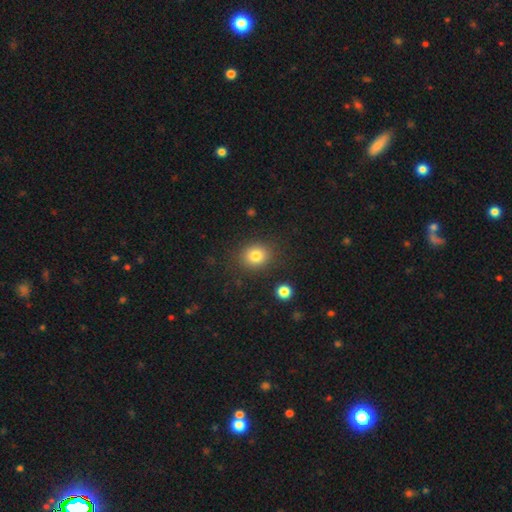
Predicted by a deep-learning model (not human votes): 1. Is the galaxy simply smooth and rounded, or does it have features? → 82% smooth, 12% star or artifact, 7% featured or disk.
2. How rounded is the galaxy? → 71% round, 28% in between, 1% cigar-shaped.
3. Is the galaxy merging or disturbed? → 85% none, 9% minor disturbance, 3% major disturbance, 2% merger.